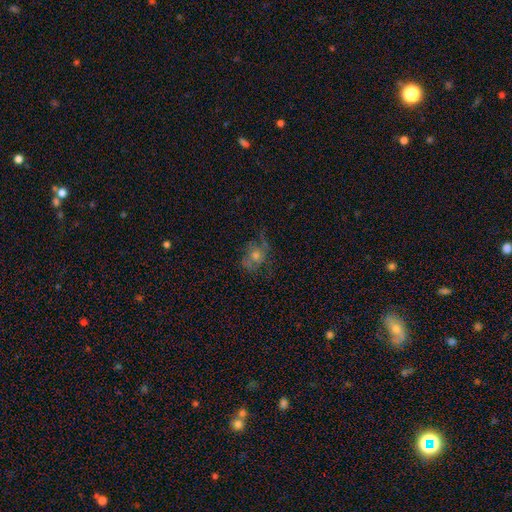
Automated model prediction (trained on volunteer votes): This is marginally a featured or disk galaxy (45%). Merging: possibly none (49%).